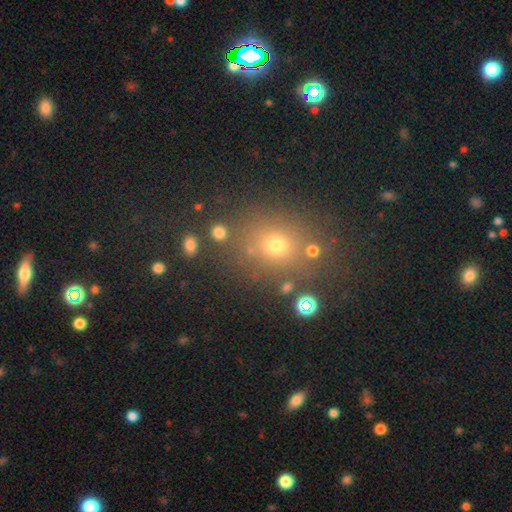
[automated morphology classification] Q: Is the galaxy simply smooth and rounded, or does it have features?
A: smooth — 52%.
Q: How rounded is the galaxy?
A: round — 73%.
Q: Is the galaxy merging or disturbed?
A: none — 80%.